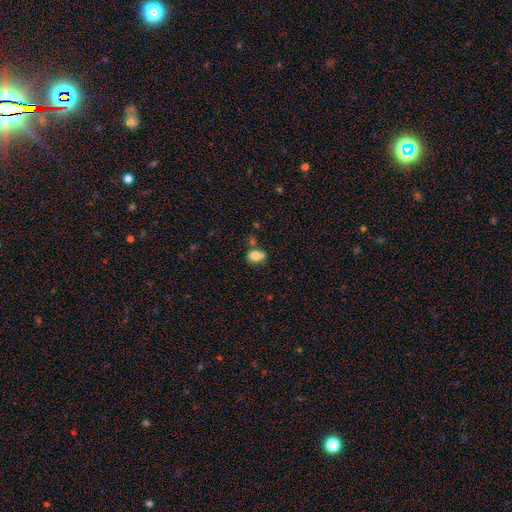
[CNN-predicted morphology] Q: Smooth or featured?
A: smooth (80%); runner-up: star or artifact (10%)
Q: How rounded?
A: in between (70%); runner-up: round (28%)
Q: Merging?
A: none (43%); runner-up: minor disturbance (25%)